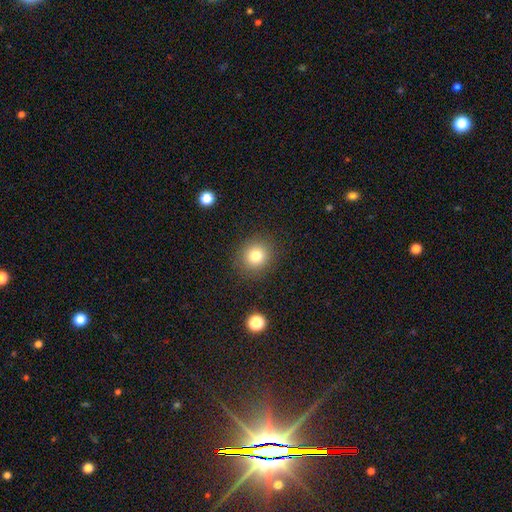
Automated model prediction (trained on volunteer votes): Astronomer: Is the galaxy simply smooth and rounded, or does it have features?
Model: smooth — 79%.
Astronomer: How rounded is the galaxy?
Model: round — 90%.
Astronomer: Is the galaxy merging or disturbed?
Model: none — 89%.